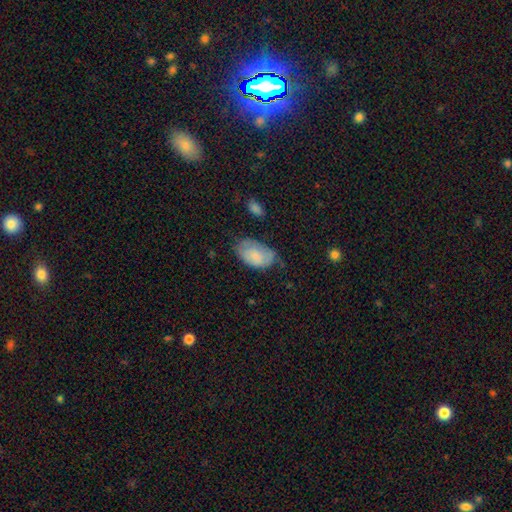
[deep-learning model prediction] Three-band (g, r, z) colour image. It shows a smooth galaxy with no disk features (75%) that is in between round and cigar-shaped (93%). Merging: none (50%).